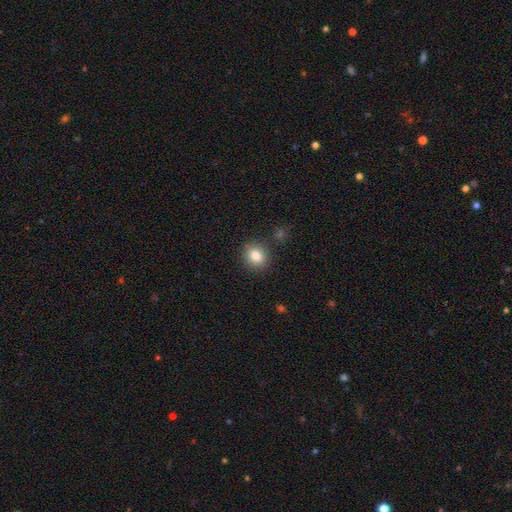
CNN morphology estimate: type=smooth (83%); roundness=round (61%); merging=none (85%).